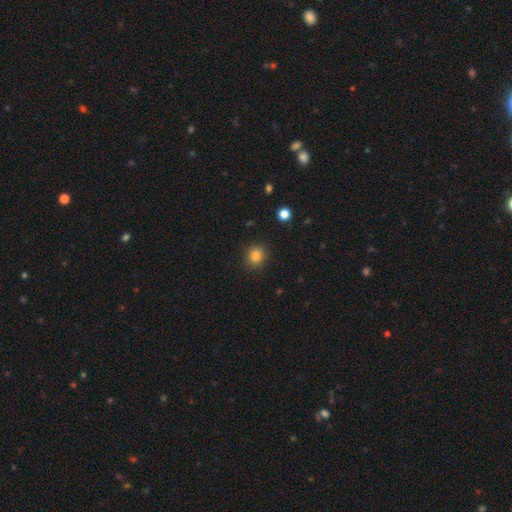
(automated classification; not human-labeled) smooth-or-featured: smooth: 84% | star or artifact: 11% | featured or disk: 4%
  how-rounded: round: 78% | in between: 21% | cigar-shaped: 1%
  merging: none: 89% | minor disturbance: 8% | major disturbance: 2% | merger: 1%